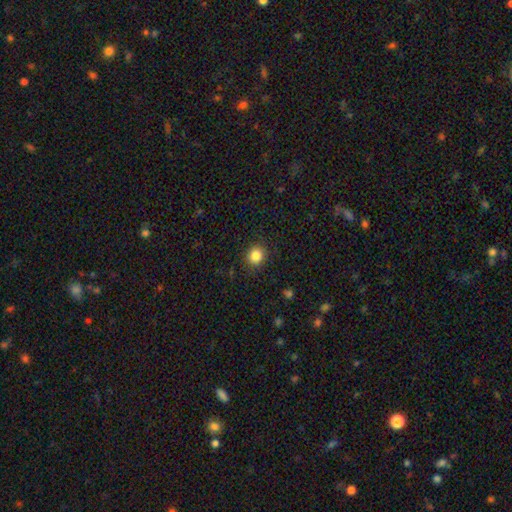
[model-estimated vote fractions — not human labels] Overall: smooth (85%). How rounded: round (84%). Merging: none (89%).